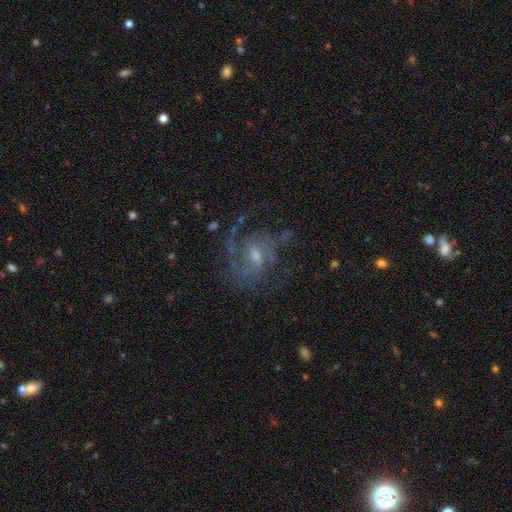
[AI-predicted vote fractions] Morphology: type=featured or disk (75%); edge-on=no (97%); bar=weak (52%); spiral arms=yes (83%); winding=medium (47%); arm count=2 (36%); bulge=small (46%); merging=none (54%).